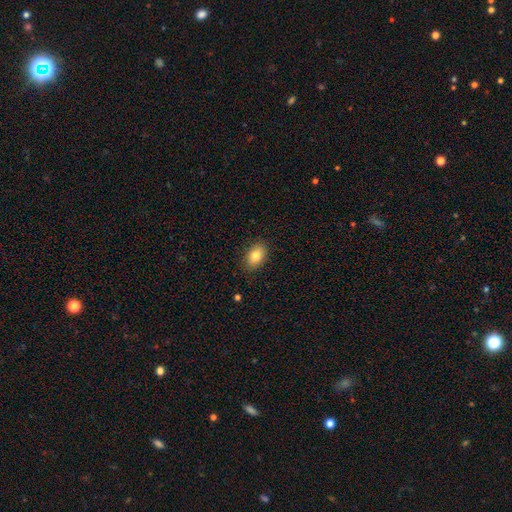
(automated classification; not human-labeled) The model was most divided on "smooth or featured": smooth: 82%, featured or disk: 10%, star or artifact: 8%. More confident: merging — none (88%); how rounded — in between (87%).